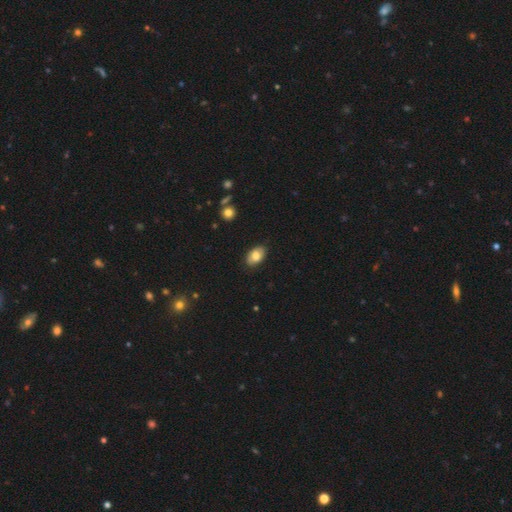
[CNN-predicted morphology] This is likely a smooth galaxy (79%). How rounded: clearly in between (91%). Merging: clearly none (84%).